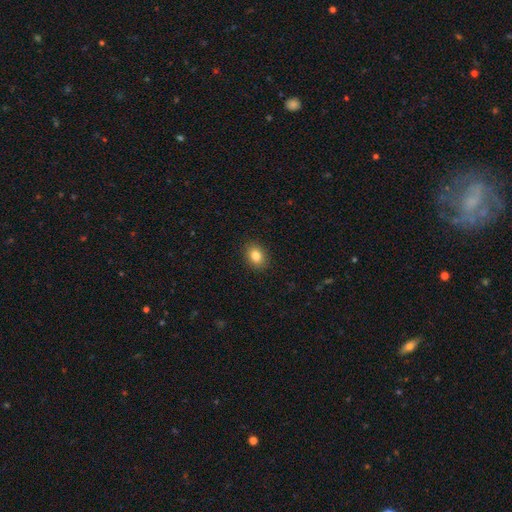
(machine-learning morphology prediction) This appears to be a smooth galaxy with no disk features (84%) that is in between round and cigar-shaped (61%). Merging: none (90%).